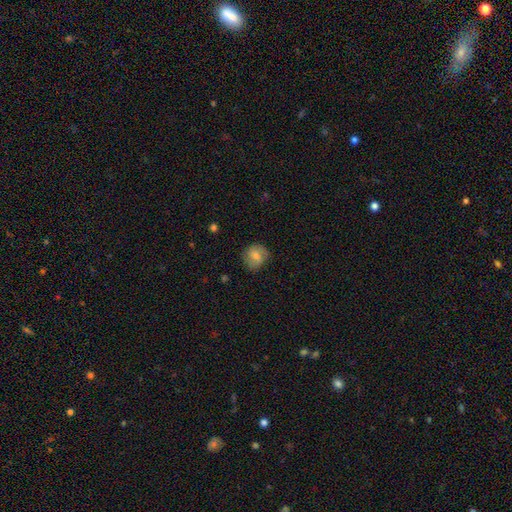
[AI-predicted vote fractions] A smooth galaxy with no disk features (72%) that is round (80%).

Vote fractions:
- Smooth or featured? smooth: 72% / featured or disk: 20% / star or artifact: 8%
- How rounded? round: 80% / in between: 19% / cigar-shaped: 1%
- Merging? none: 74% / minor disturbance: 19% / major disturbance: 5% / merger: 1%